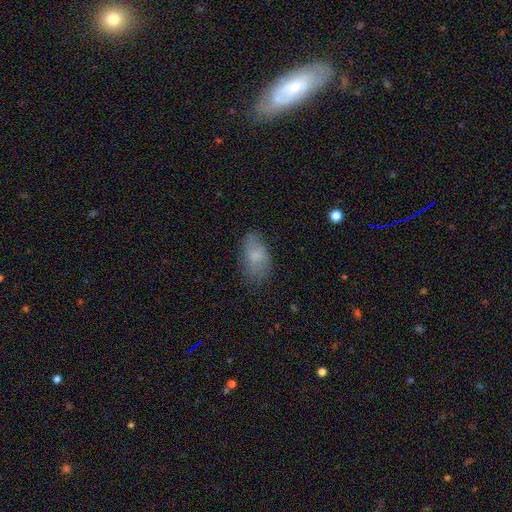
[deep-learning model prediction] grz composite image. It shows a smooth galaxy with no disk features (78%) that is in between round and cigar-shaped (92%). Merging: none (71%).